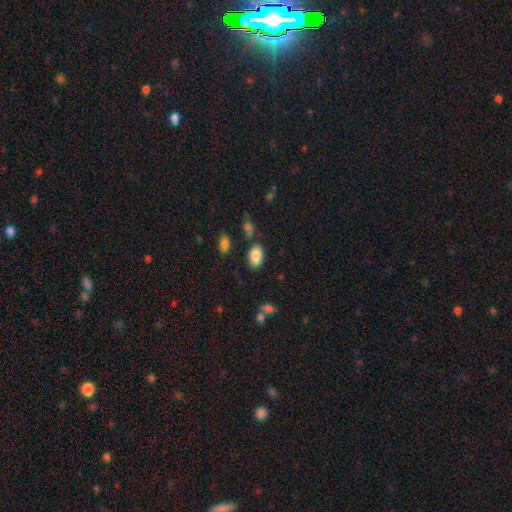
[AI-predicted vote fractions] smooth_or_featured: smooth (p=0.85) [alt: star or artifact p=0.08]
how_rounded: in between (p=0.90) [alt: round p=0.09]
merging: none (p=0.80) [alt: minor disturbance p=0.12]